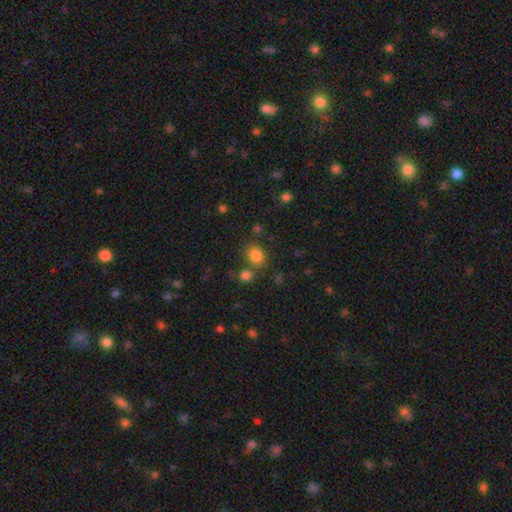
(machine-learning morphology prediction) This is clearly a smooth galaxy (82%). How rounded: possibly round (51%). Merging: likely none (67%).